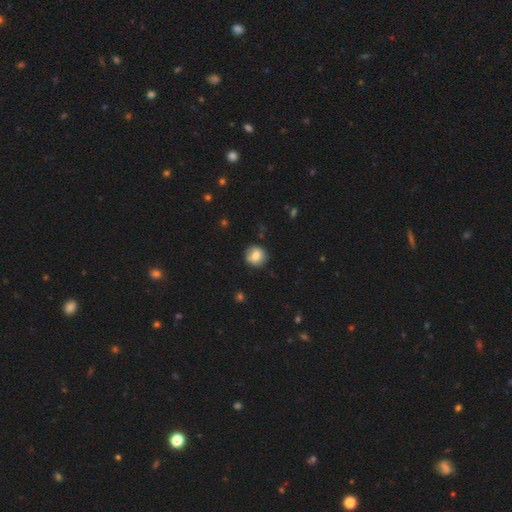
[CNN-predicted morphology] This is likely a smooth galaxy (79%). How rounded: clearly round (87%). Merging: clearly none (81%).